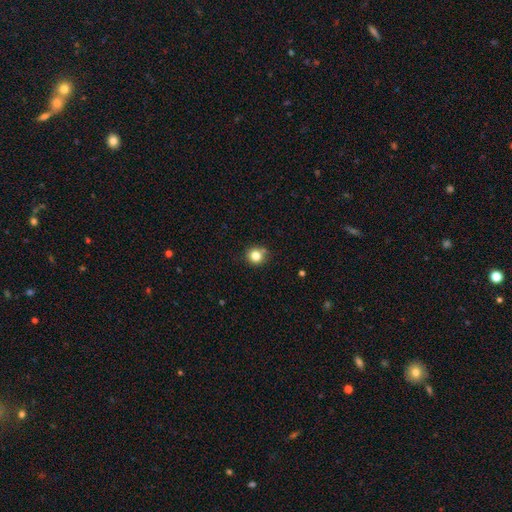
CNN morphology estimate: smooth-or-featured: smooth: 82% | star or artifact: 12% | featured or disk: 6%
  how-rounded: round: 89% | in between: 10% | cigar-shaped: 1%
  merging: none: 76% | minor disturbance: 14% | merger: 7% | major disturbance: 3%